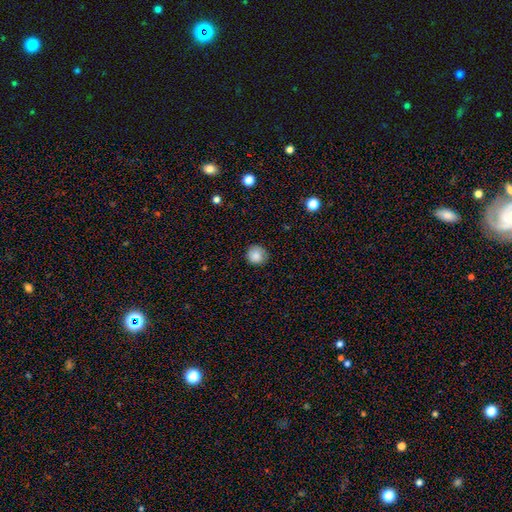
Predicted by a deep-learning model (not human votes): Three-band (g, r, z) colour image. It shows a smooth galaxy with no disk features (87%) that is round (93%). Merging: none (85%).